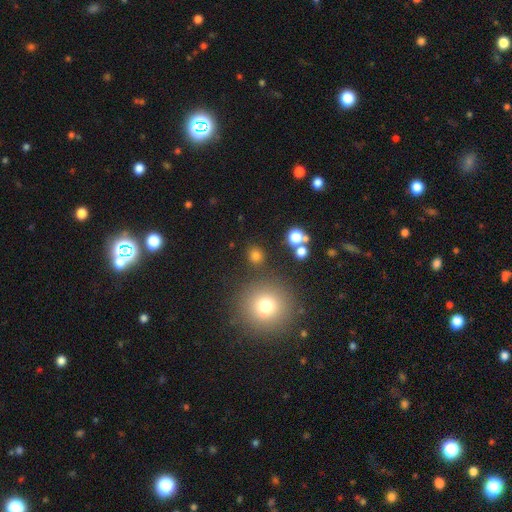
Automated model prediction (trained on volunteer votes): smooth 77%, star or artifact 18%, featured or disk 5%. Down the decision tree: how rounded — round (84%); merging — none (84%).